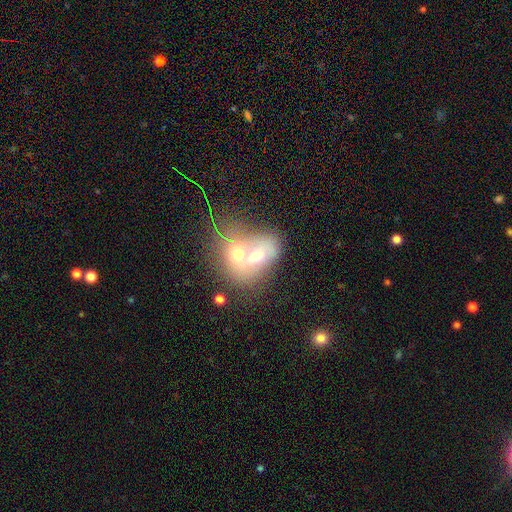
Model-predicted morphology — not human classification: smooth_or_featured: smooth (p=0.54) [alt: featured or disk p=0.32]
how_rounded: in between (p=0.54) [alt: round p=0.45]
merging: merger (p=0.74) [alt: none p=0.16]